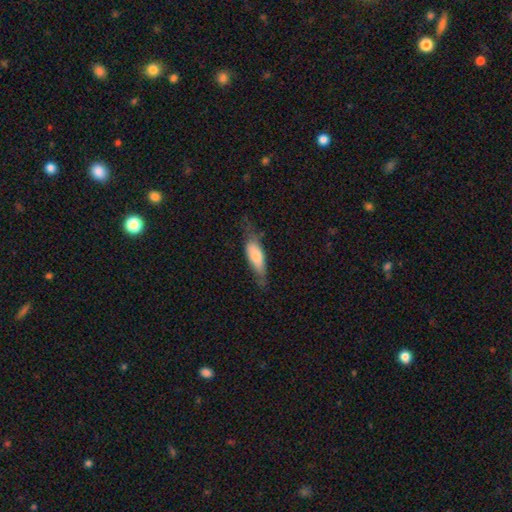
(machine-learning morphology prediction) smooth_or_featured: smooth (p=0.68) [alt: featured or disk p=0.26]
how_rounded: in between (p=0.57) [alt: cigar-shaped p=0.41]
merging: none (p=0.54) [alt: minor disturbance p=0.30]